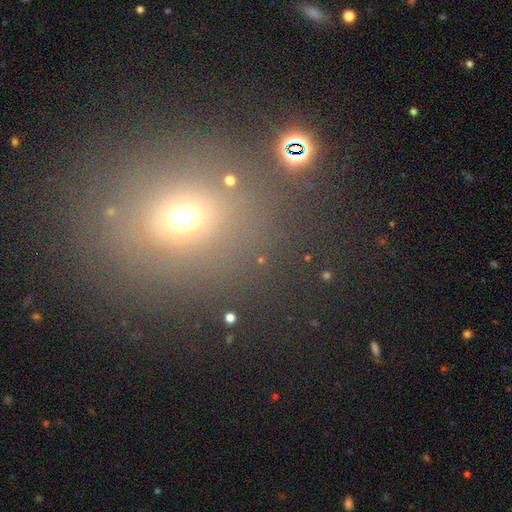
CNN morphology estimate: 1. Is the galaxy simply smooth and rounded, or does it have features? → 56% smooth, 30% star or artifact, 13% featured or disk.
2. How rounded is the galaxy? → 69% round, 29% in between, 2% cigar-shaped.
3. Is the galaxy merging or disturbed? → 78% none, 11% minor disturbance, 6% major disturbance, 5% merger.